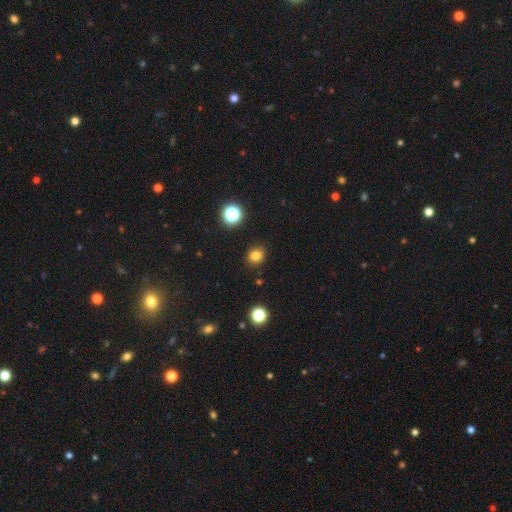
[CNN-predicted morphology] smooth 80%, star or artifact 14%, featured or disk 5%. Down the decision tree: how rounded — round (71%); merging — none (88%).